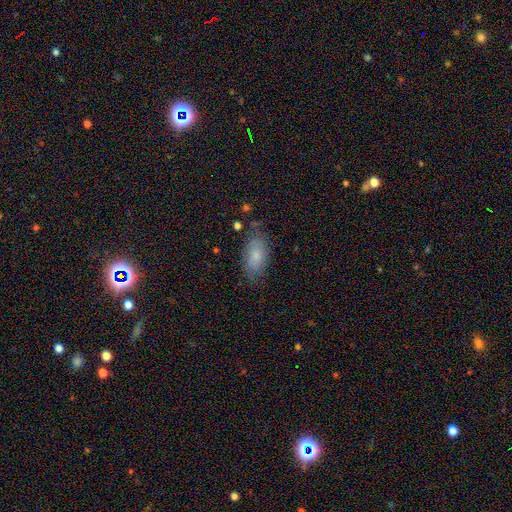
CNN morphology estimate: A smooth galaxy with no disk features (77%) that is in between round and cigar-shaped (90%).

Vote fractions:
- Smooth or featured? smooth: 77% / featured or disk: 16% / star or artifact: 7%
- How rounded? in between: 90% / cigar-shaped: 7% / round: 3%
- Merging? none: 73% / minor disturbance: 20% / major disturbance: 5% / merger: 2%